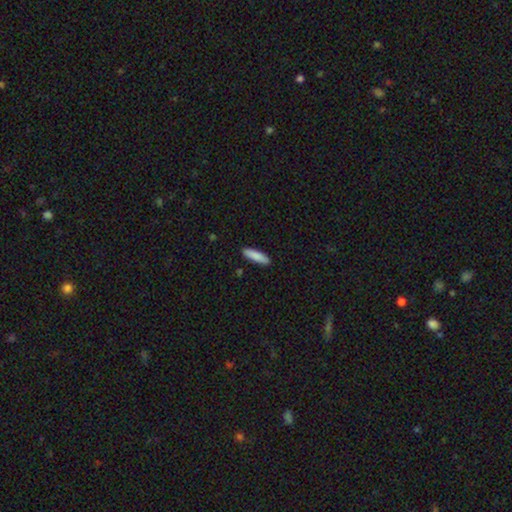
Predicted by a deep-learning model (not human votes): The model was most divided on "how rounded": cigar-shaped: 72%, in between: 27%, round: 1%. More confident: merging — none (90%); smooth or featured — smooth (87%).